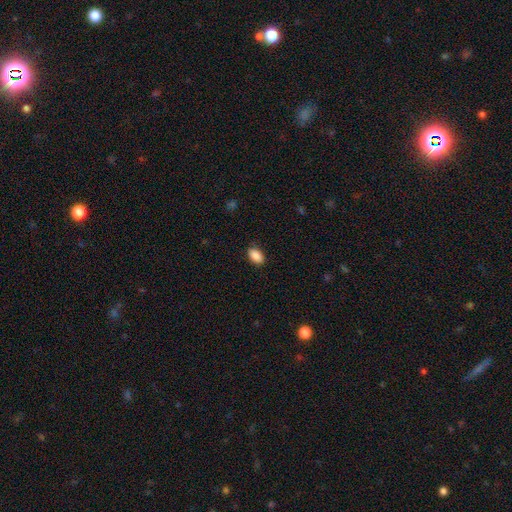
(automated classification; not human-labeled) Smooth or featured: smooth — 90% (star or artifact — 8%)
How rounded: in between — 92% (round — 6%)
Merging: none — 85% (minor disturbance — 11%)